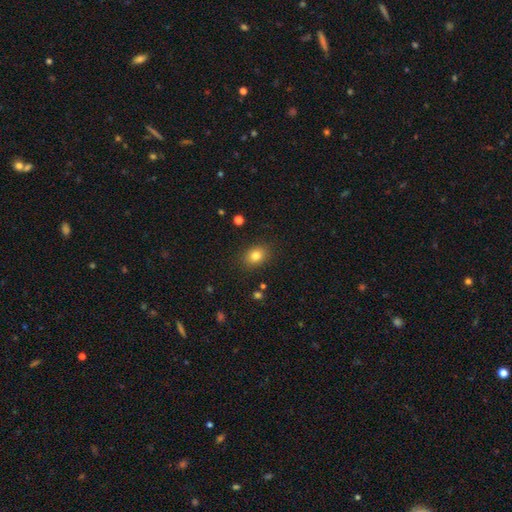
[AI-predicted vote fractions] The model was most divided on "how rounded": in between: 58%, round: 41%, cigar-shaped: 1%. More confident: merging — none (87%); smooth or featured — smooth (81%).